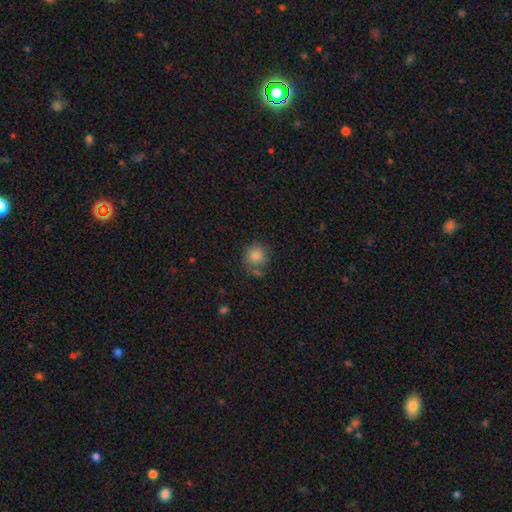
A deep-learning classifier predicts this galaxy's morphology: The model was most divided on "merging": none: 69%, minor disturbance: 17%, merger: 9%, major disturbance: 6%. More confident: how rounded — round (86%); smooth or featured — smooth (84%).